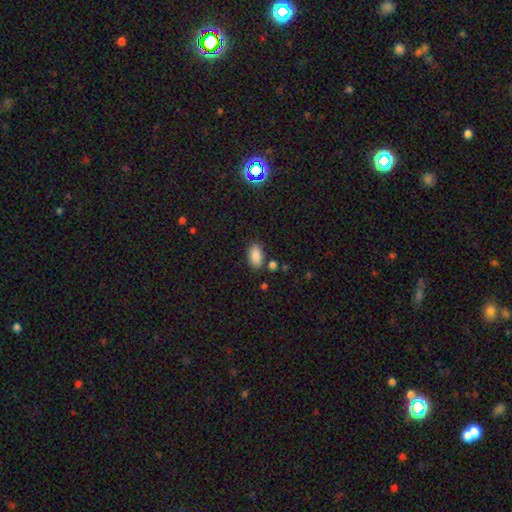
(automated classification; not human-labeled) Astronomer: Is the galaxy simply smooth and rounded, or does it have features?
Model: smooth — 87%.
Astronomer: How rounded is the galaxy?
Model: in between — 92%.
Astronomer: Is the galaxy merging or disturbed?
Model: none — 81%.